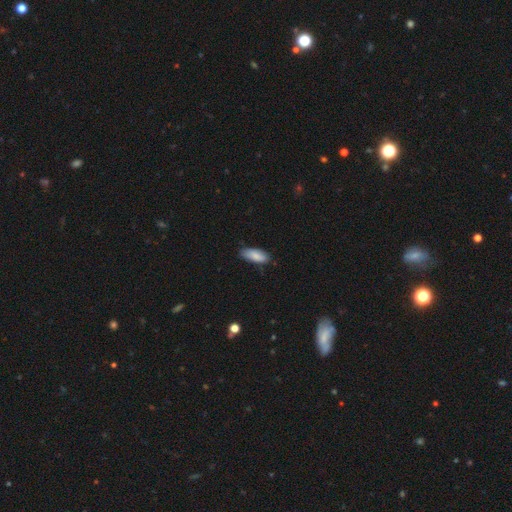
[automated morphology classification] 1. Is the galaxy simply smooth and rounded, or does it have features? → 84% smooth, 10% featured or disk, 6% star or artifact.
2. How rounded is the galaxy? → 79% in between, 19% cigar-shaped, 2% round.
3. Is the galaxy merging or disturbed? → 79% none, 17% minor disturbance, 2% major disturbance, 1% merger.